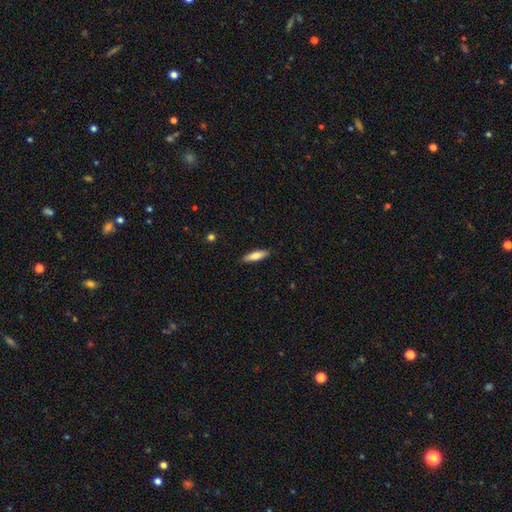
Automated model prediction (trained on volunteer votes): smooth 74%, featured or disk 20%, star or artifact 6%. Down the decision tree: how rounded — cigar-shaped (59%); merging — none (87%).